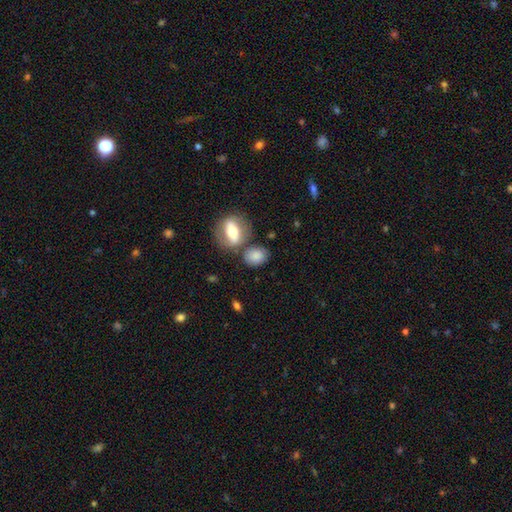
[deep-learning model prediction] Smooth or featured?
  - smooth: 79% *
  - featured or disk: 14%
  - star or artifact: 8%
How rounded?
  - in between: 57% *
  - round: 41%
  - cigar-shaped: 2%
Merging?
  - none: 63% *
  - merger: 17%
  - minor disturbance: 15%
  - major disturbance: 5%